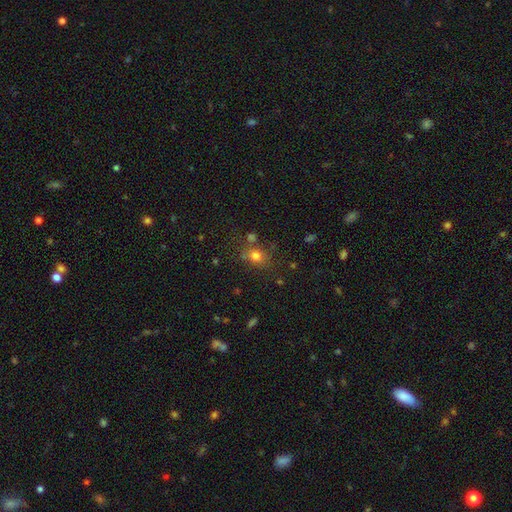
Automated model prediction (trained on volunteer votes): Smooth or featured? Predicted: smooth (p=0.76). How rounded? Predicted: round (p=0.63). Merging? Predicted: none (p=0.68).